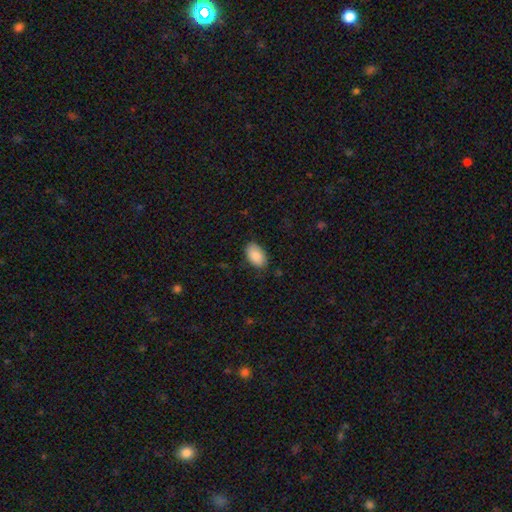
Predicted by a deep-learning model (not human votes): Q: Smooth or featured?
A: smooth (89%); runner-up: star or artifact (6%)
Q: How rounded?
A: in between (94%); runner-up: round (5%)
Q: Merging?
A: none (80%); runner-up: minor disturbance (15%)